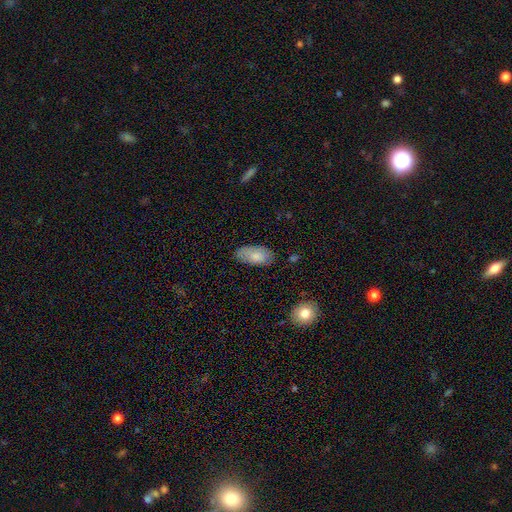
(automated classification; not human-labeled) smooth_or_featured: smooth (p=0.81) [alt: featured or disk p=0.13]
how_rounded: in between (p=0.94) [alt: cigar-shaped p=0.03]
merging: none (p=0.75) [alt: minor disturbance p=0.20]